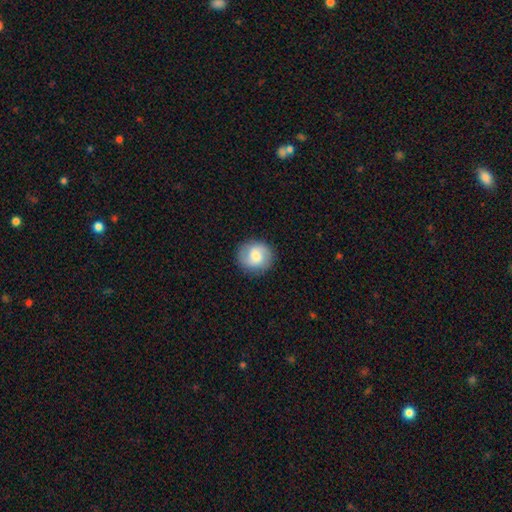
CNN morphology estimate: The model was most divided on "smooth or featured": smooth: 55%, featured or disk: 37%, star or artifact: 7%. More confident: how rounded — round (88%); merging — none (87%).